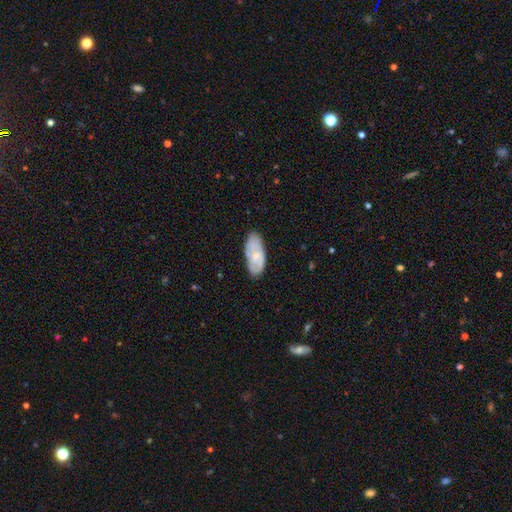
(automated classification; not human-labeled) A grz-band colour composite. It shows a smooth galaxy with no disk features (47%). Merging: none (72%).